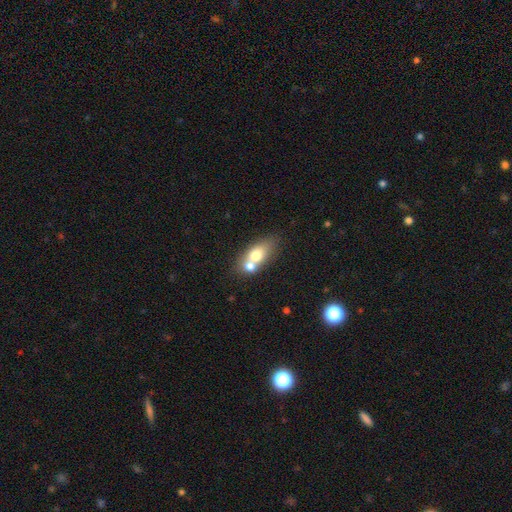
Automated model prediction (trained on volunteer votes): Morphology: type=smooth (66%); roundness=in between (73%); merging=merger (53%).